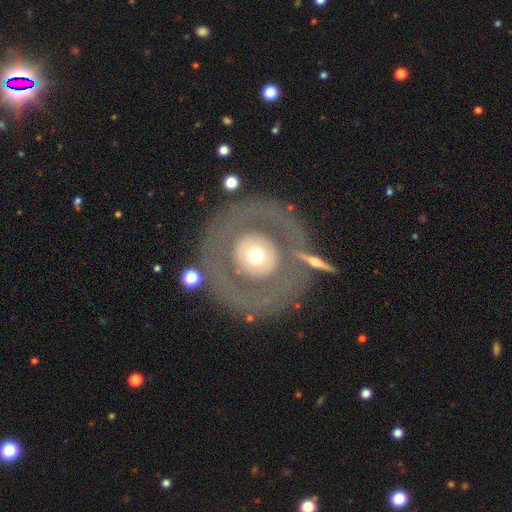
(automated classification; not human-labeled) This appears to be a featured or disk galaxy (53%). Merging: none (73%).